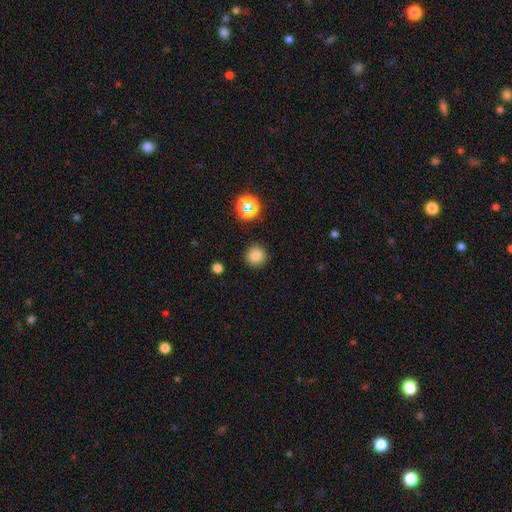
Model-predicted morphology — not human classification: This is clearly a smooth galaxy (81%). How rounded: clearly round (94%). Merging: clearly none (91%).